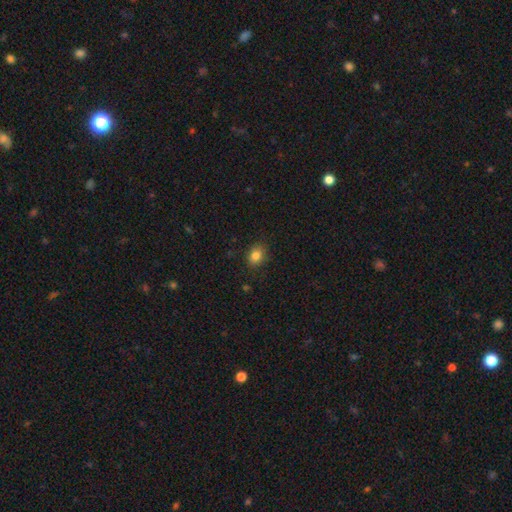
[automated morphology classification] Smooth or featured? smooth (83%)
How rounded? in between (55%)
Merging? none (83%)